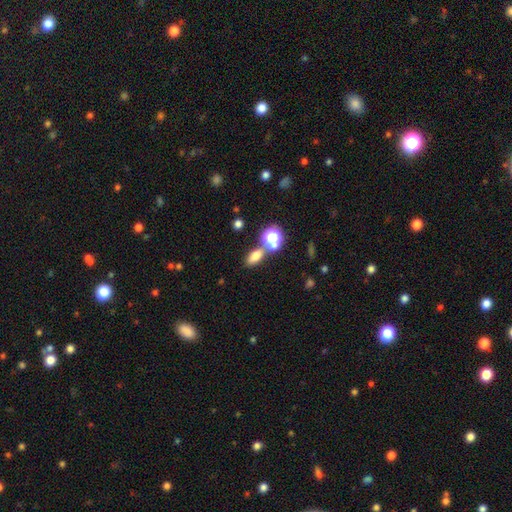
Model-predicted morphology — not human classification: A smooth galaxy with no disk features (72%) that is in between round and cigar-shaped (76%).

Vote fractions:
- Smooth or featured? smooth: 72% / star or artifact: 19% / featured or disk: 9%
- How rounded? in between: 76% / round: 19% / cigar-shaped: 5%
- Merging? none: 68% / merger: 17% / minor disturbance: 10% / major disturbance: 4%